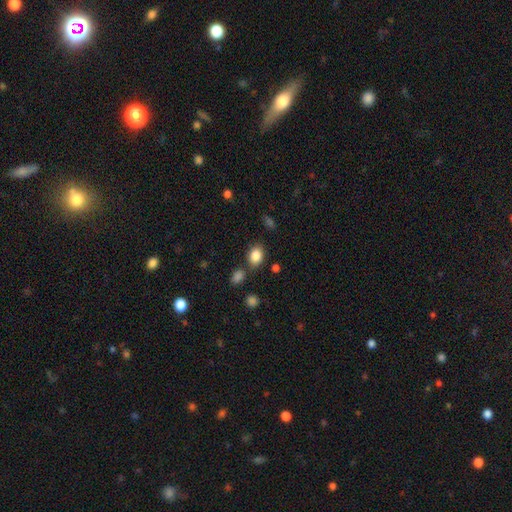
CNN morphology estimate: Smooth or featured? Predicted: smooth (p=0.85). How rounded? Predicted: in between (p=0.69). Merging? Predicted: none (p=0.76).